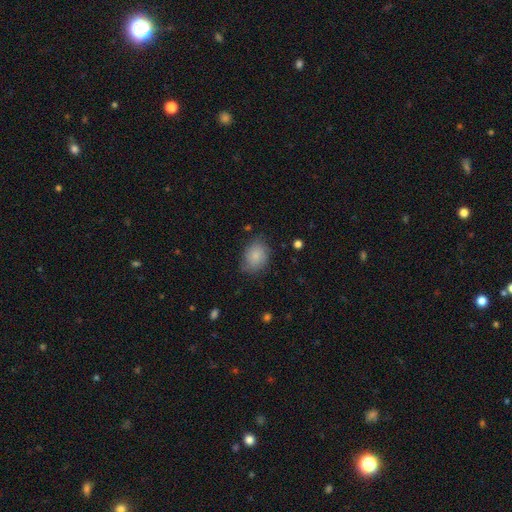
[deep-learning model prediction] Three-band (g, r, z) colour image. It shows a smooth galaxy with no disk features (82%) that is in between round and cigar-shaped (54%). Merging: none (68%).